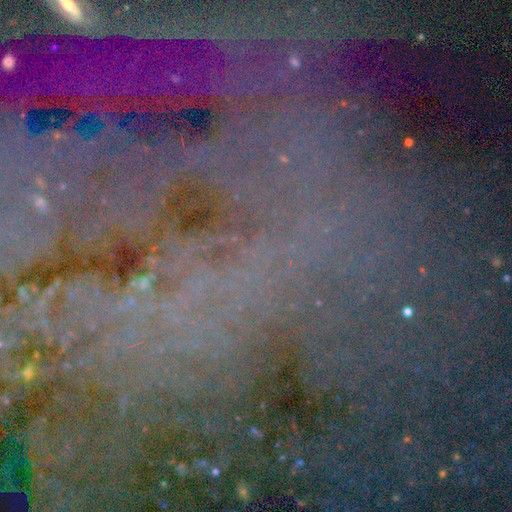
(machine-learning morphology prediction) Smooth or featured: star or artifact — 78% (featured or disk — 13%)